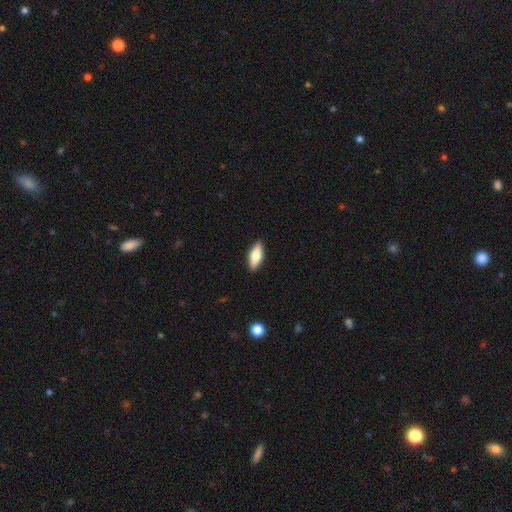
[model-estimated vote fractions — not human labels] Smooth or featured? smooth (69%)
How rounded? in between (72%)
Merging? none (90%)